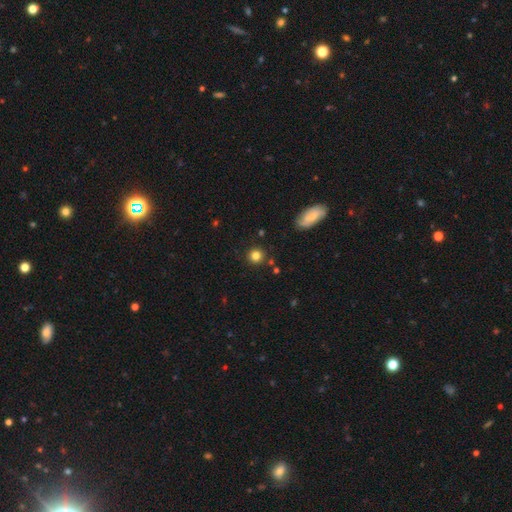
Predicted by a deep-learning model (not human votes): A smooth galaxy with no disk features (81%) that is round (92%).

Vote fractions:
- Smooth or featured? smooth: 81% / star or artifact: 13% / featured or disk: 6%
- How rounded? round: 92% / in between: 7% / cigar-shaped: 1%
- Merging? none: 87% / minor disturbance: 8% / merger: 3% / major disturbance: 2%